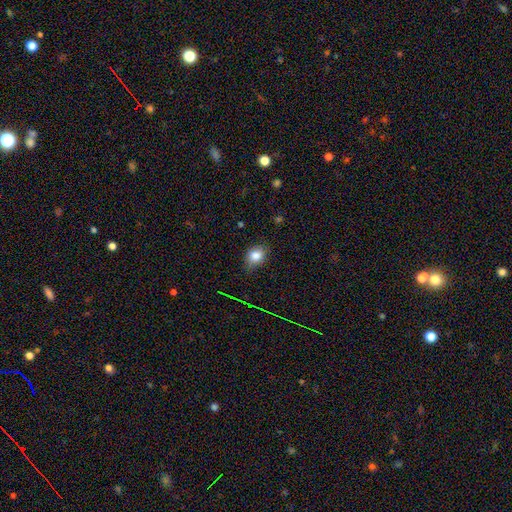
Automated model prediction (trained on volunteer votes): Smooth or featured? Predicted: smooth (p=0.81). How rounded? Predicted: in between (p=0.57). Merging? Predicted: none (p=0.73).